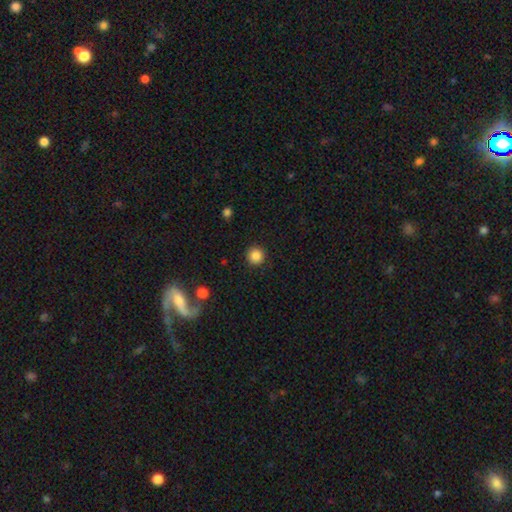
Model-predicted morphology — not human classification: This is clearly a smooth galaxy (86%). How rounded: clearly round (95%). Merging: clearly none (92%).